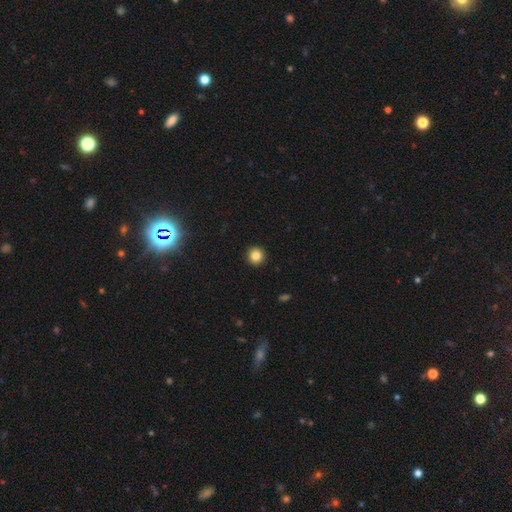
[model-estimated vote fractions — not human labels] Smooth or featured?
  - smooth: 84% *
  - star or artifact: 11%
  - featured or disk: 5%
How rounded?
  - round: 95% *
  - in between: 4%
  - cigar-shaped: 1%
Merging?
  - none: 94% *
  - minor disturbance: 4%
  - major disturbance: 1%
  - merger: 1%